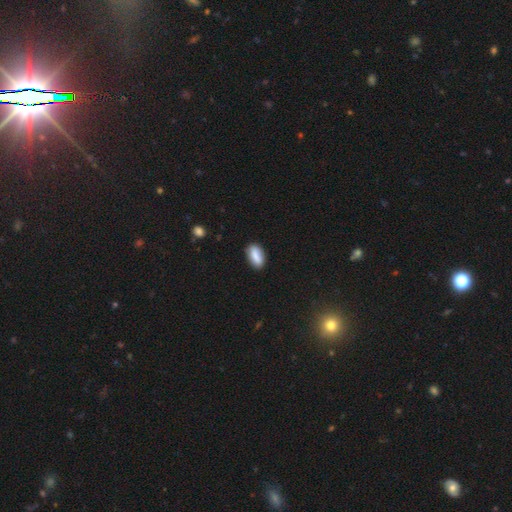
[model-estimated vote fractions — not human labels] Smooth or featured? smooth (84%)
How rounded? in between (88%)
Merging? none (82%)